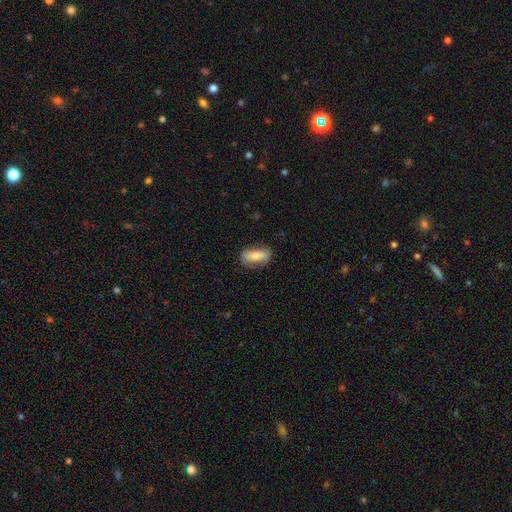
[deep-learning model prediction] smooth_or_featured: smooth (p=0.74) [alt: featured or disk p=0.19]
how_rounded: in between (p=0.73) [alt: cigar-shaped p=0.24]
merging: none (p=0.76) [alt: minor disturbance p=0.18]